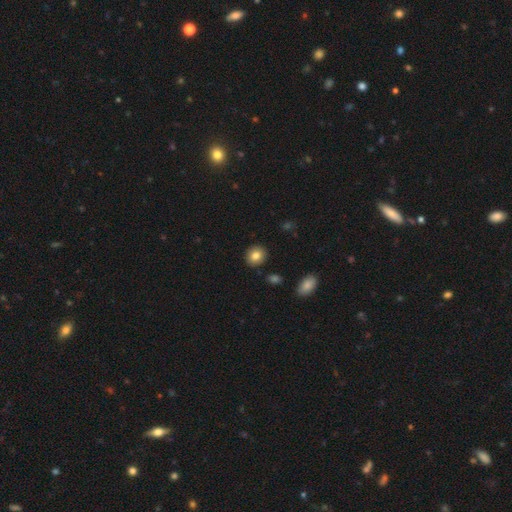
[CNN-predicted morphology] Smooth or featured: smooth — 84% (star or artifact — 9%)
How rounded: round — 77% (in between — 22%)
Merging: none — 90% (minor disturbance — 7%)